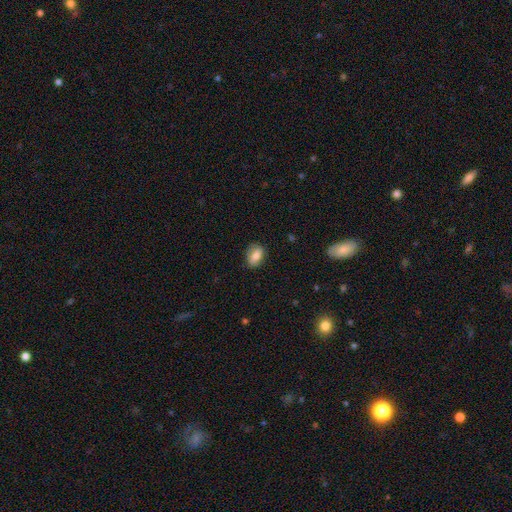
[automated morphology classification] Q: Smooth or featured?
A: smooth (79%); runner-up: featured or disk (13%)
Q: How rounded?
A: in between (82%); runner-up: round (15%)
Q: Merging?
A: none (74%); runner-up: minor disturbance (20%)